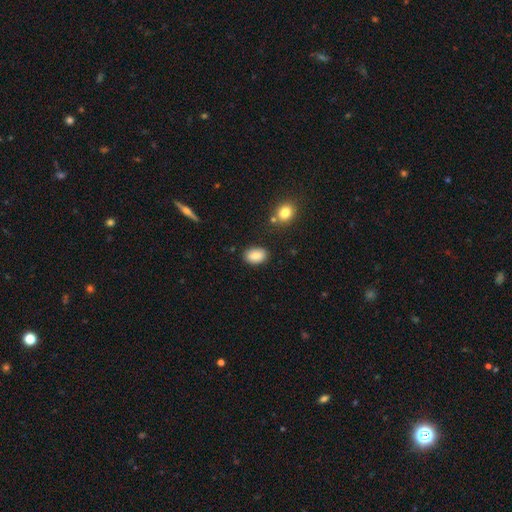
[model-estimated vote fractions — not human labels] smooth-or-featured: smooth: 86% | star or artifact: 8% | featured or disk: 6%
  how-rounded: in between: 84% | round: 15% | cigar-shaped: 1%
  merging: none: 85% | minor disturbance: 10% | merger: 3% | major disturbance: 2%